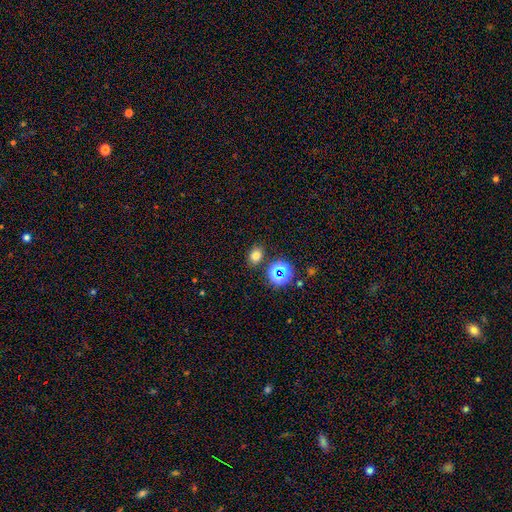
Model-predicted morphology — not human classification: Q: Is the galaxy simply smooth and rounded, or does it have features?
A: smooth — 72%.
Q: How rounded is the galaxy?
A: in between — 56%.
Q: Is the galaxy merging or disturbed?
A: none — 82%.